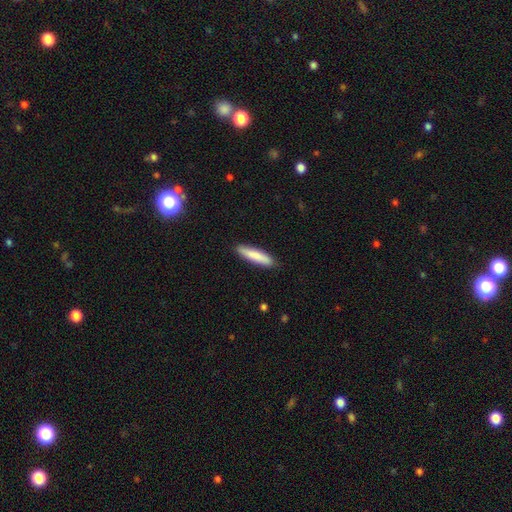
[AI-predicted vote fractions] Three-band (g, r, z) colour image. It shows a smooth galaxy with no disk features (83%) that is cigar-shaped (84%). Merging: none (89%).